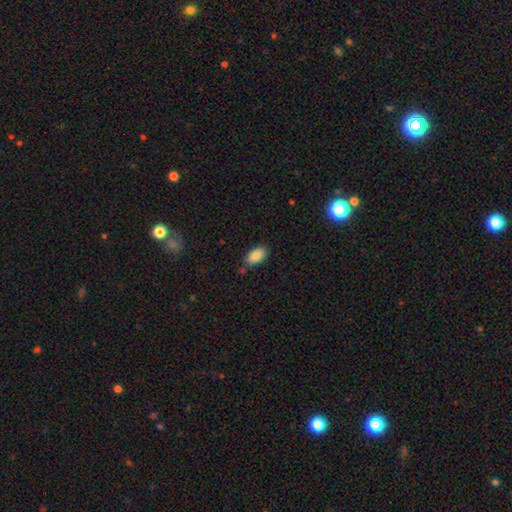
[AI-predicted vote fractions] smooth_or_featured: smooth (p=0.86) [alt: star or artifact p=0.07]
how_rounded: in between (p=0.93) [alt: round p=0.04]
merging: none (p=0.77) [alt: minor disturbance p=0.15]